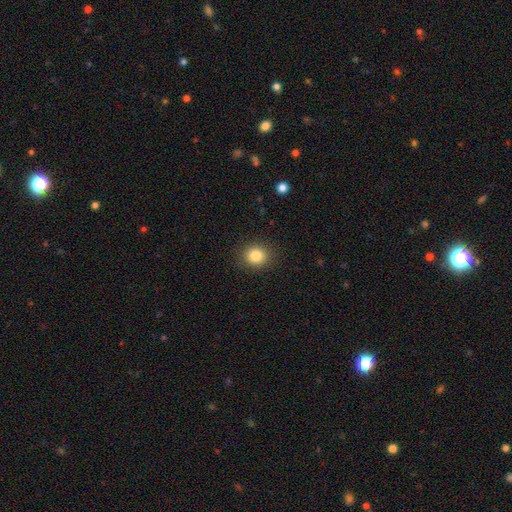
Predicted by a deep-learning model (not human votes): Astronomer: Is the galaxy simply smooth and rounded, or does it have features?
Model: smooth — 84%.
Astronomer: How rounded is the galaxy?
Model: round — 76%.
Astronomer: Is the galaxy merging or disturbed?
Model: none — 89%.